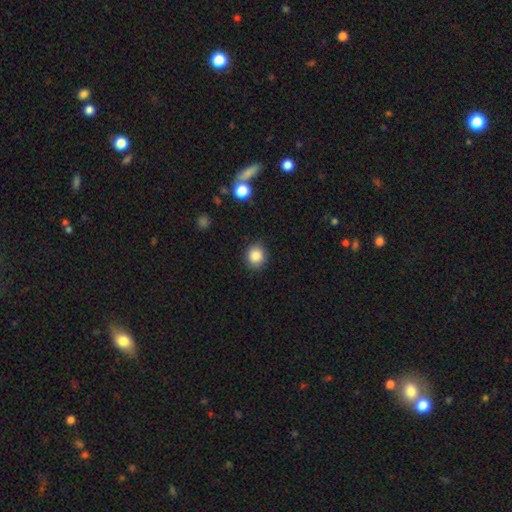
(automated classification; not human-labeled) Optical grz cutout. It shows a smooth galaxy with no disk features (87%) that is round (82%). Merging: none (87%).